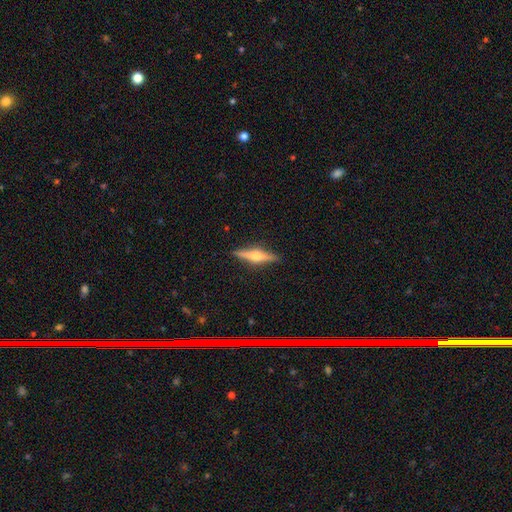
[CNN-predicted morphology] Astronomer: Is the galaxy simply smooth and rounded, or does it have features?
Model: featured or disk — 69%.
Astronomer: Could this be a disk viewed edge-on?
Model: yes — 97%.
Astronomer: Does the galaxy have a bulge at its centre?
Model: rounded — 94%.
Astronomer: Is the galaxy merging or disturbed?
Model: none — 90%.